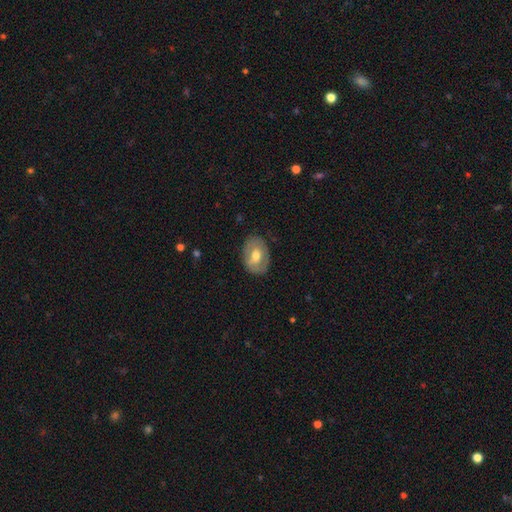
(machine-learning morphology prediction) Overall: smooth (50%; featured or disk 44%). Merging: none (81%).